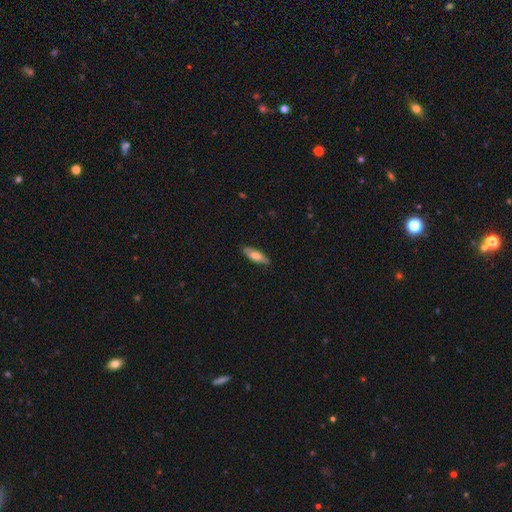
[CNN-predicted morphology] This is likely a smooth galaxy (66%). How rounded: likely in between (60%). Merging: clearly none (84%).